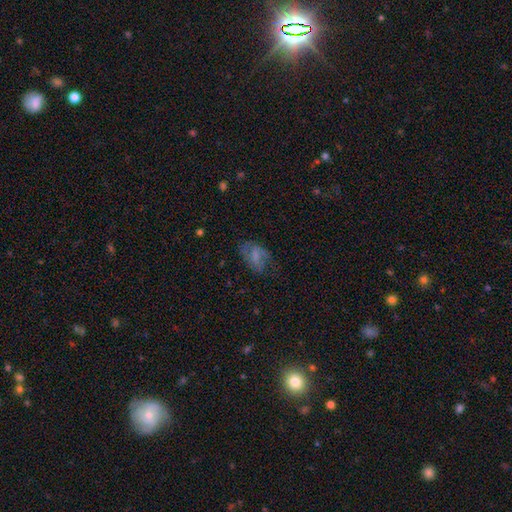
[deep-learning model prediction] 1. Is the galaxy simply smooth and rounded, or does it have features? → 52% smooth, 37% featured or disk, 10% star or artifact.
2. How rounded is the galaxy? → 87% in between, 10% round, 3% cigar-shaped.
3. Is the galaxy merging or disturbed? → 52% none, 26% minor disturbance, 20% major disturbance, 2% merger.